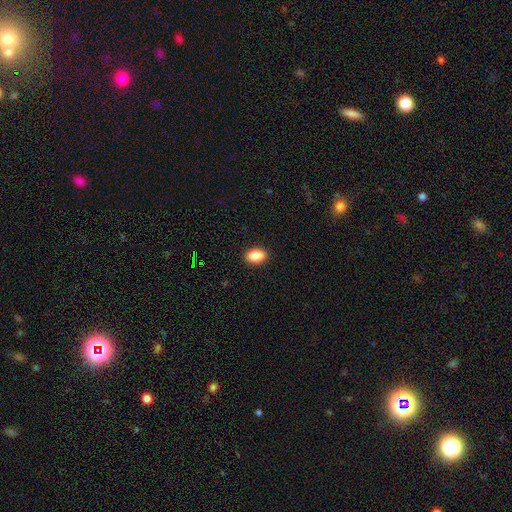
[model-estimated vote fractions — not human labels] The model was most divided on "how rounded": in between: 88%, round: 10%, cigar-shaped: 2%. More confident: merging — none (90%); smooth or featured — smooth (86%).